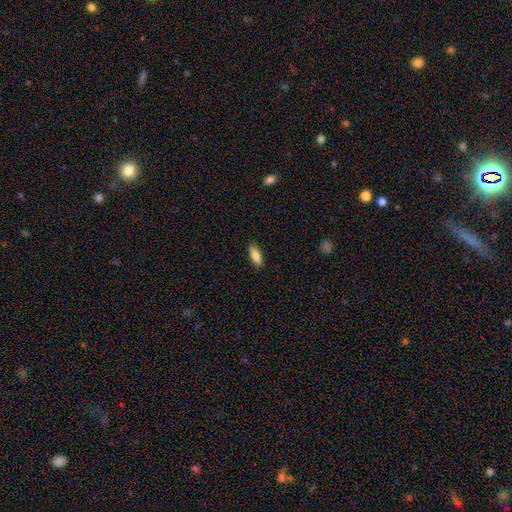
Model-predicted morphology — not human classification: smooth-or-featured: smooth: 81% | featured or disk: 13% | star or artifact: 6%
  how-rounded: in between: 69% | cigar-shaped: 29% | round: 2%
  merging: none: 87% | minor disturbance: 10% | major disturbance: 2% | merger: 1%